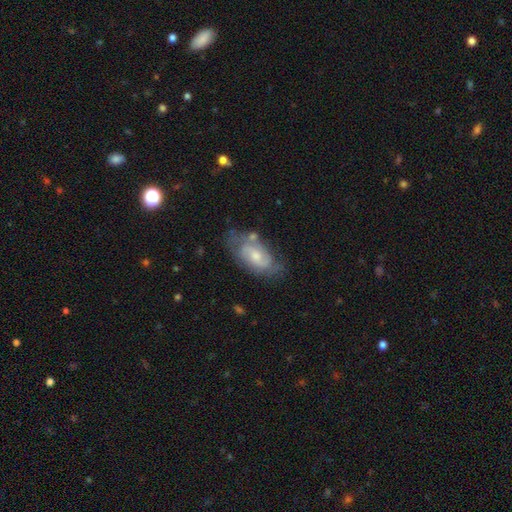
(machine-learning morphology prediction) Smooth or featured: featured or disk — 70% (smooth — 23%)
Edge-on disk: no — 95% (yes — 5%)
Bar: no — 54% (weak — 40%)
Spiral arms: yes — 86% (no — 14%)
Spiral winding: medium — 45% (tight — 38%)
Spiral arm count: 2 — 64% (can't tell — 24%)
Bulge size: moderate — 52% (small — 39%)
Merging: none — 61% (minor disturbance — 24%)